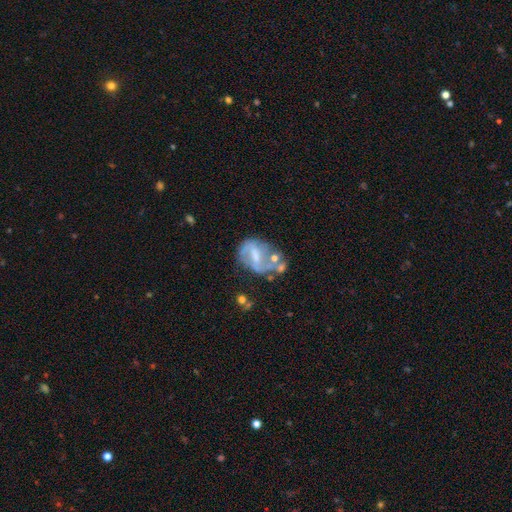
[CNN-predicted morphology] Overall: featured or disk (68%). Edge-on disk: no (97%). Bar: weak (45%; no 30%). Spiral arms: yes (59%; no 41%). Bulge size: moderate (35%; small 34%). Merging: none (38%; minor disturbance 22%).